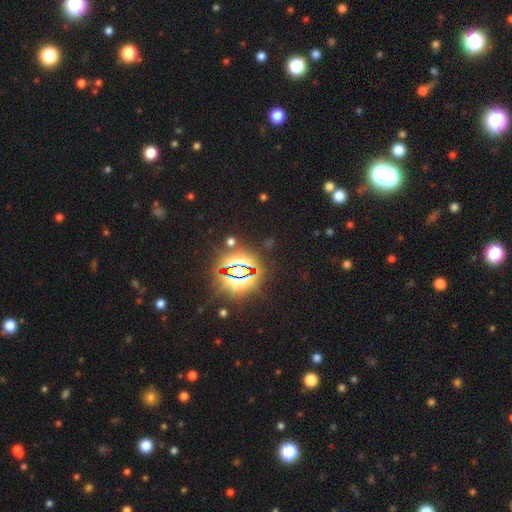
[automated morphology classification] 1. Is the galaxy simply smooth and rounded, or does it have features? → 84% star or artifact, 10% smooth, 7% featured or disk.